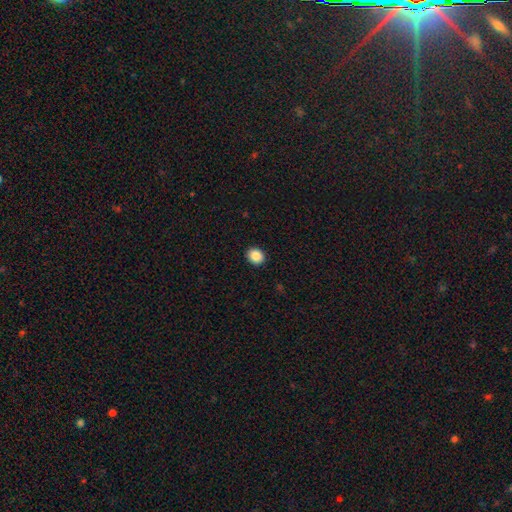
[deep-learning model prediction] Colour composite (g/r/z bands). It shows a smooth galaxy with no disk features (88%) that is round (70%). Merging: none (92%).